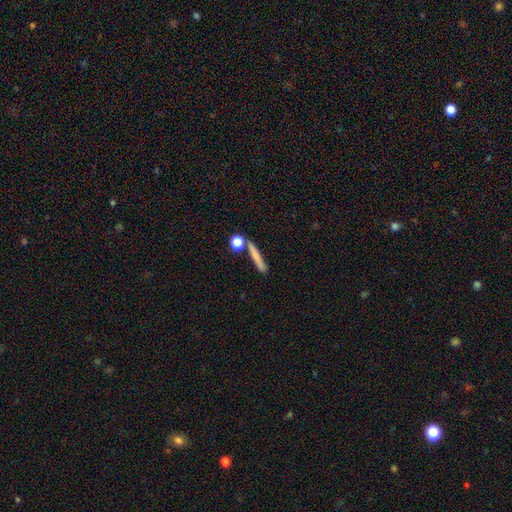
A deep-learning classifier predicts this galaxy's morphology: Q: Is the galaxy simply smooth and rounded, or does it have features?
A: smooth — 71%.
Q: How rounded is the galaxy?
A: cigar-shaped — 82%.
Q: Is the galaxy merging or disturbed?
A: none — 76%.